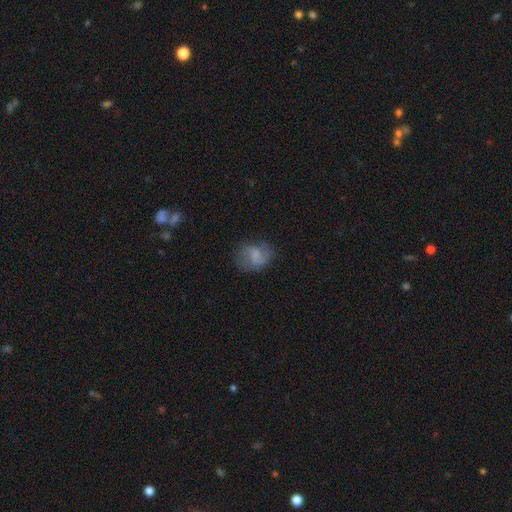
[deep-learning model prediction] smooth 52%, featured or disk 38%, star or artifact 9%. Down the decision tree: how rounded — in between (58%); merging — none (58%).